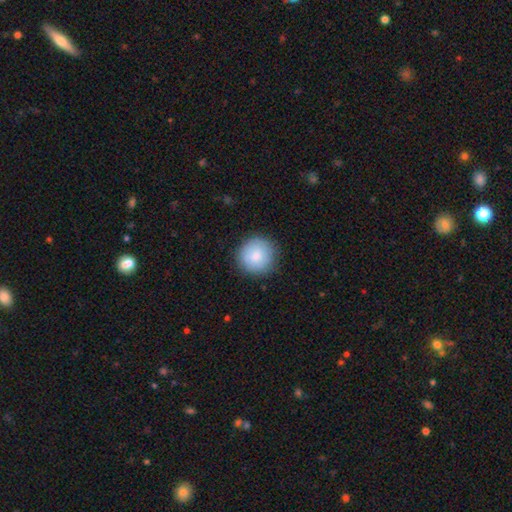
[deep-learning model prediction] This is clearly a smooth galaxy (83%). How rounded: clearly round (94%). Merging: clearly none (86%).